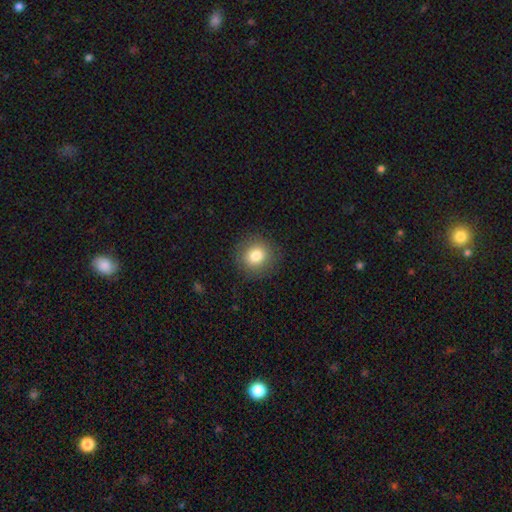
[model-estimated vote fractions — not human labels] Smooth or featured?
  - smooth: 80% *
  - featured or disk: 10%
  - star or artifact: 10%
How rounded?
  - round: 90% *
  - in between: 9%
  - cigar-shaped: 1%
Merging?
  - none: 87% *
  - minor disturbance: 8%
  - major disturbance: 3%
  - merger: 1%